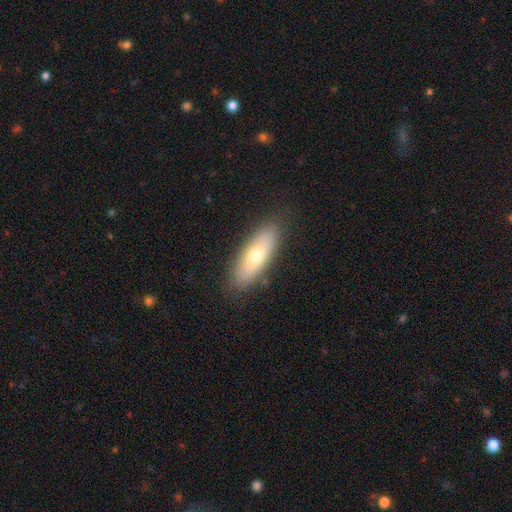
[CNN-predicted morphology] Smooth or featured?
  - smooth: 65% *
  - featured or disk: 28%
  - star or artifact: 6%
How rounded?
  - in between: 62% *
  - cigar-shaped: 35%
  - round: 2%
Merging?
  - none: 85% *
  - minor disturbance: 11%
  - major disturbance: 3%
  - merger: 1%